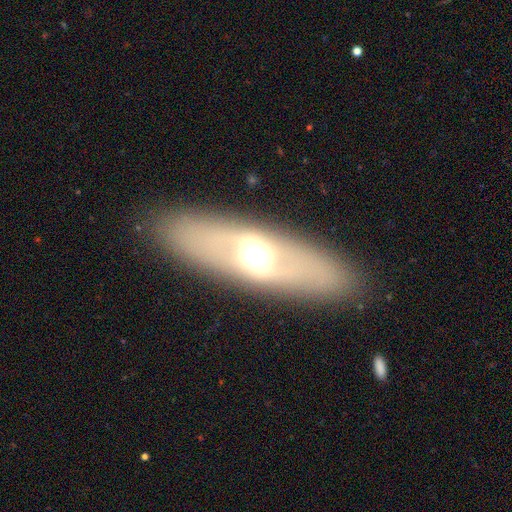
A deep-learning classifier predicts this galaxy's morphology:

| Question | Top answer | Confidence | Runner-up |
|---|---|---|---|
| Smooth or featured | featured or disk | 57% | smooth (36%) |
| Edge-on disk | no | 63% | yes (37%) |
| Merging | none | 88% | minor disturbance (8%) |